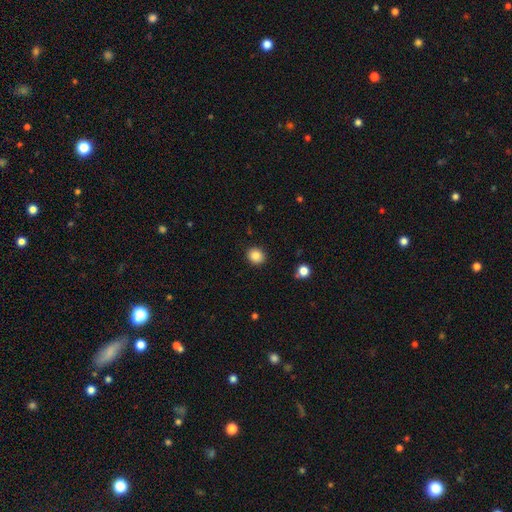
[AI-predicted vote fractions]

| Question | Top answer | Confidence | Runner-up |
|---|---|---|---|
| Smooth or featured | smooth | 87% | star or artifact (10%) |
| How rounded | round | 75% | in between (24%) |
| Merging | none | 90% | minor disturbance (7%) |